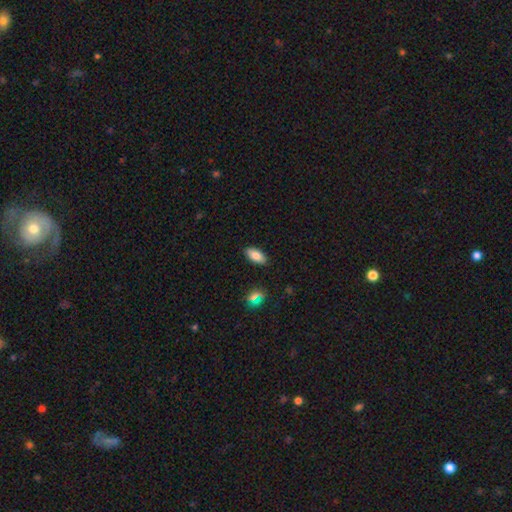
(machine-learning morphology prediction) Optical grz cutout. It shows a smooth galaxy with no disk features (76%) that is in between round and cigar-shaped (87%). Merging: none (87%).